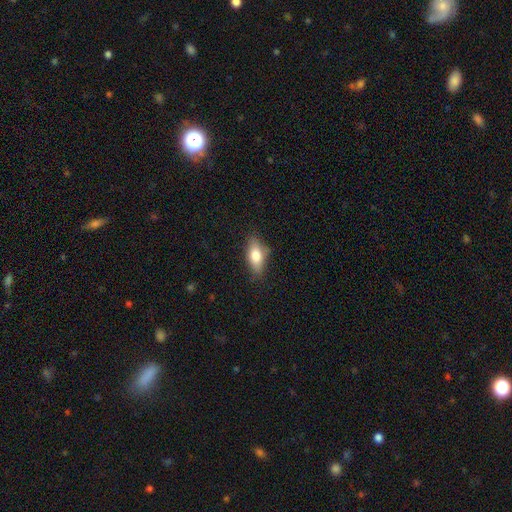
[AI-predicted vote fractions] A smooth galaxy with no disk features (75%) that is in between round and cigar-shaped (81%).

Vote fractions:
- Smooth or featured? smooth: 75% / featured or disk: 18% / star or artifact: 7%
- How rounded? in between: 81% / cigar-shaped: 15% / round: 4%
- Merging? none: 76% / minor disturbance: 18% / major disturbance: 4% / merger: 2%